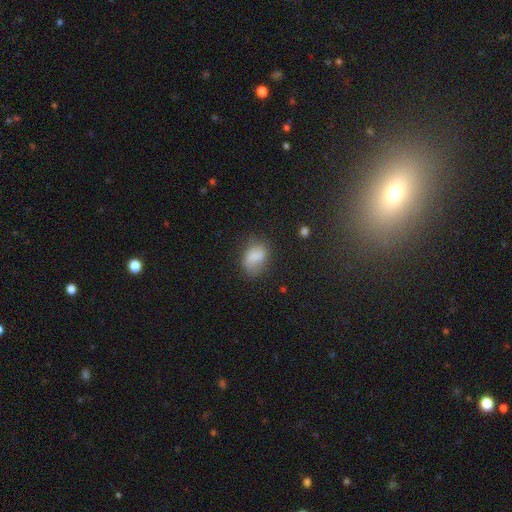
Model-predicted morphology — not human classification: Smooth or featured?
  - smooth: 75% *
  - featured or disk: 15%
  - star or artifact: 10%
How rounded?
  - in between: 77% *
  - round: 22%
  - cigar-shaped: 2%
Merging?
  - none: 51% *
  - minor disturbance: 30%
  - major disturbance: 15%
  - merger: 3%